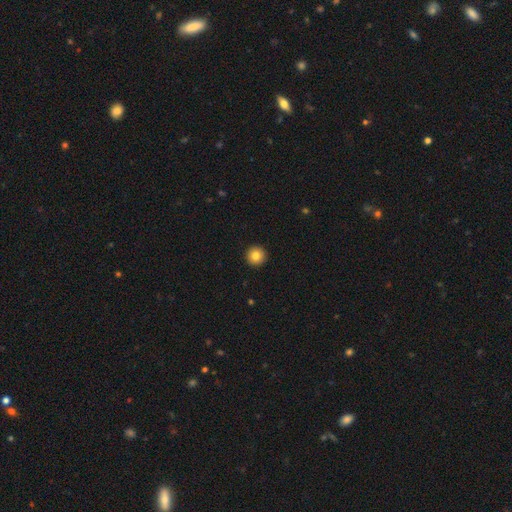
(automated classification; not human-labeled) This is clearly a smooth galaxy (83%). How rounded: clearly round (96%). Merging: clearly none (94%).